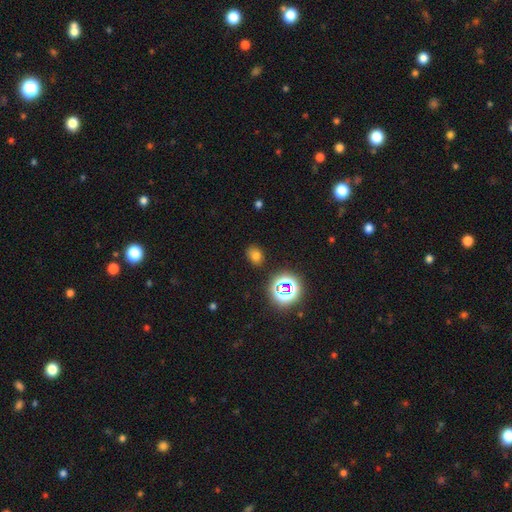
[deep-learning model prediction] The model was most divided on "how rounded": in between: 58%, round: 41%, cigar-shaped: 1%. More confident: merging — none (82%); smooth or featured — smooth (68%).